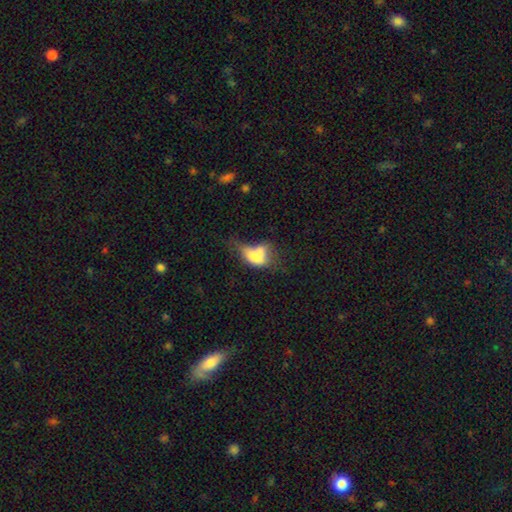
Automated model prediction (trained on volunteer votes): Smooth or featured? smooth (60%)
How rounded? in between (81%)
Merging? merger (40%)